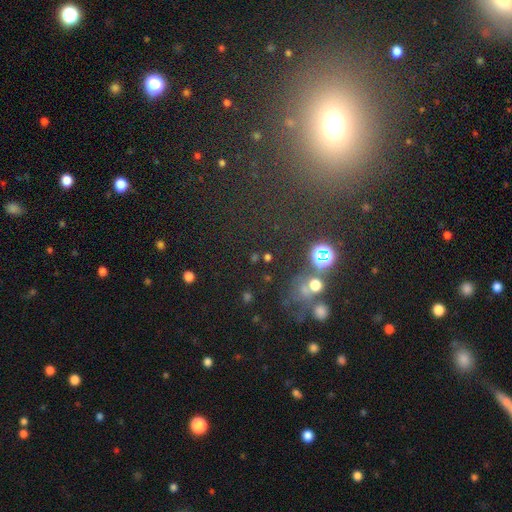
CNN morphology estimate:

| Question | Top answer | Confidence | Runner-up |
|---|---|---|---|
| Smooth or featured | star or artifact | 56% | smooth (33%) |